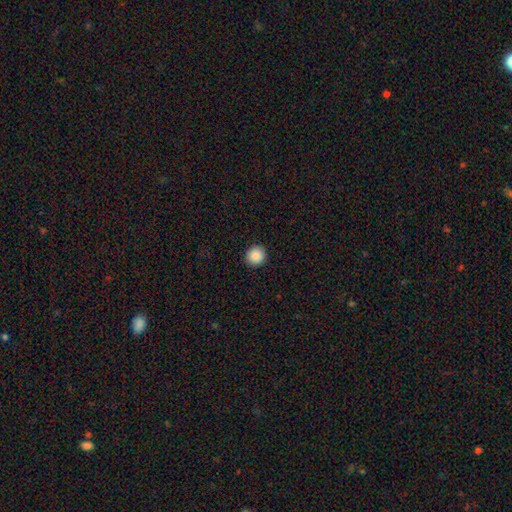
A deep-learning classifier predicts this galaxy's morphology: Q: Smooth or featured?
A: smooth (89%); runner-up: star or artifact (9%)
Q: How rounded?
A: round (93%); runner-up: in between (7%)
Q: Merging?
A: none (93%); runner-up: minor disturbance (5%)